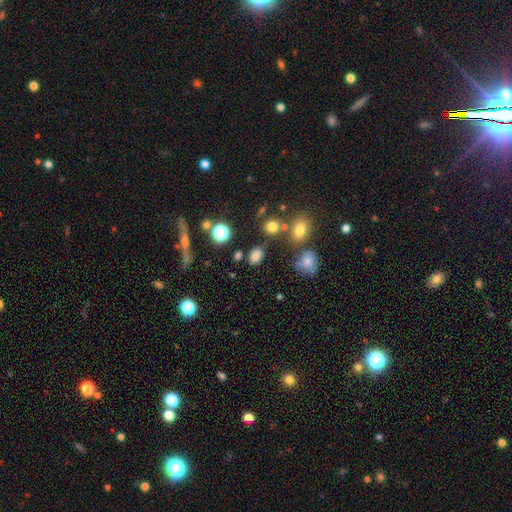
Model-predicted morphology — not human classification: A smooth galaxy with no disk features (75%) that is in between round and cigar-shaped (69%).

Vote fractions:
- Smooth or featured? smooth: 75% / star or artifact: 17% / featured or disk: 7%
- How rounded? in between: 69% / round: 29% / cigar-shaped: 2%
- Merging? none: 74% / minor disturbance: 14% / merger: 7% / major disturbance: 5%